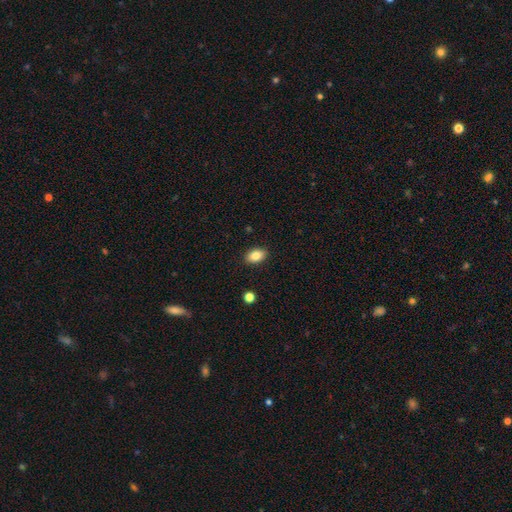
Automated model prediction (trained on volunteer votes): A smooth galaxy with no disk features (84%) that is in between round and cigar-shaped (88%).

Vote fractions:
- Smooth or featured? smooth: 84% / star or artifact: 8% / featured or disk: 8%
- How rounded? in between: 88% / round: 11% / cigar-shaped: 1%
- Merging? none: 89% / minor disturbance: 8% / major disturbance: 2% / merger: 1%